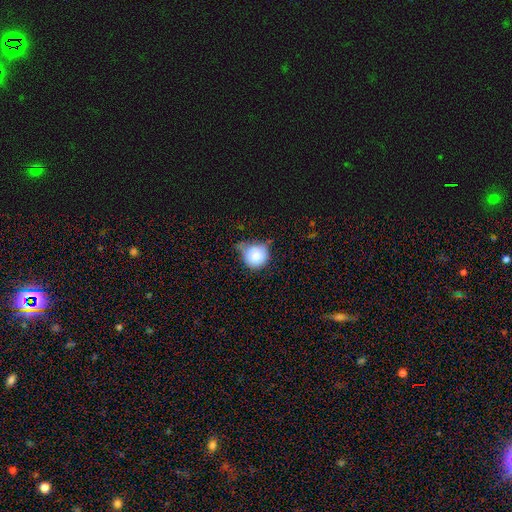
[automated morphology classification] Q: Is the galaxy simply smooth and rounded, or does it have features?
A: smooth — 77%.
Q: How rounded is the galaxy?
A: round — 89%.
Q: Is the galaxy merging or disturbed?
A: minor disturbance — 44%.